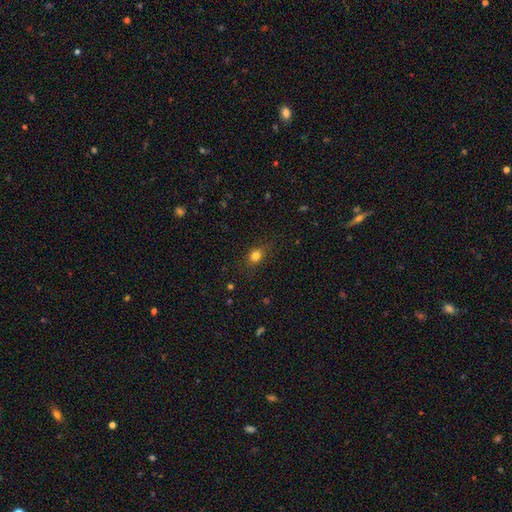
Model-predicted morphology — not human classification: type=smooth (79%); roundness=round (61%); merging=none (82%).